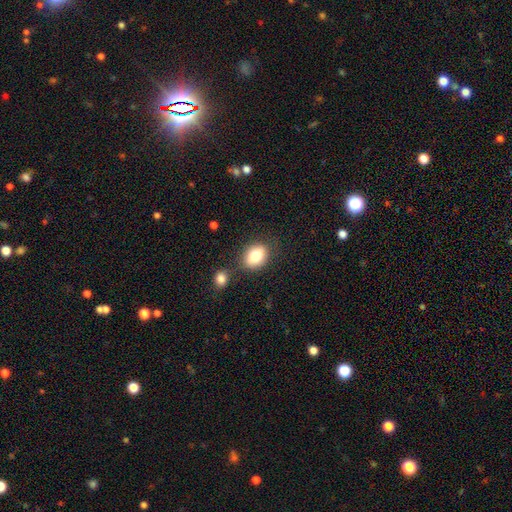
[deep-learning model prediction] Smooth or featured? smooth (81%)
How rounded? in between (69%)
Merging? none (71%)